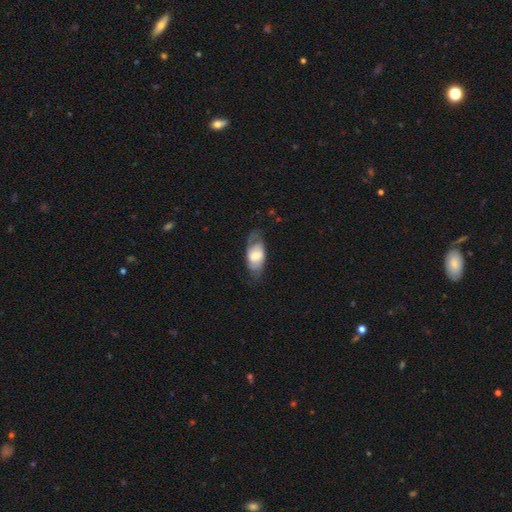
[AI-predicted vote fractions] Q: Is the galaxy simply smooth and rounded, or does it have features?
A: smooth — 48%.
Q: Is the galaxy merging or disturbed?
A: none — 60%.